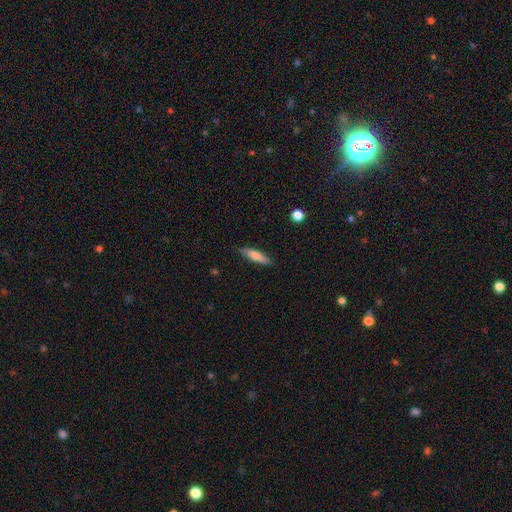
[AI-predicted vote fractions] smooth-or-featured: smooth: 74% | featured or disk: 19% | star or artifact: 6%
  how-rounded: cigar-shaped: 70% | in between: 28% | round: 2%
  merging: none: 83% | minor disturbance: 13% | major disturbance: 2% | merger: 1%